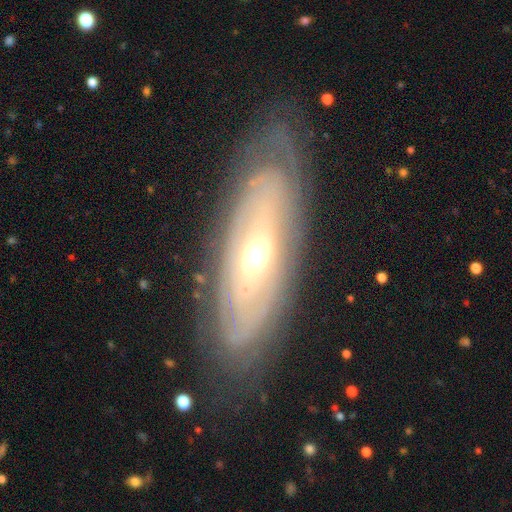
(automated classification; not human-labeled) Smooth or featured? featured or disk (74%)
Edge-on disk? no (73%)
Bar? no (68%)
Spiral arms? yes (57%)
Bulge size? moderate (66%)
Merging? none (76%)